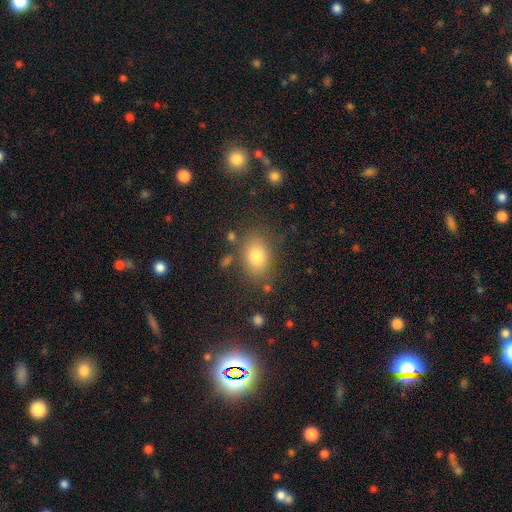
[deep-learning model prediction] Q: Smooth or featured?
A: smooth (74%); runner-up: star or artifact (15%)
Q: How rounded?
A: in between (74%); runner-up: round (25%)
Q: Merging?
A: none (80%); runner-up: minor disturbance (12%)